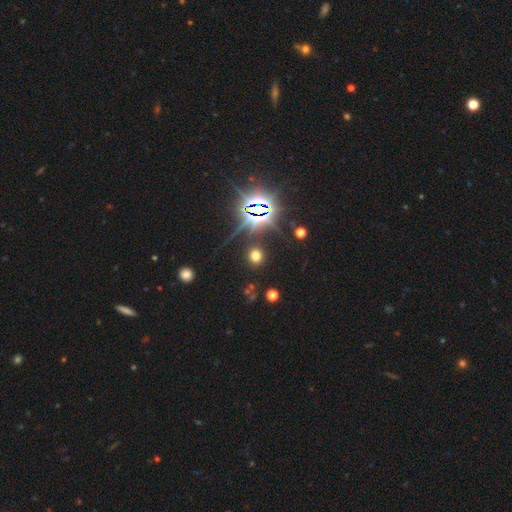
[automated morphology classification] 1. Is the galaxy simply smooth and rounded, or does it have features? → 57% smooth, 34% star or artifact, 8% featured or disk.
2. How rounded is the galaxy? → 81% round, 17% in between, 2% cigar-shaped.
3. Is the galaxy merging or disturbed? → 86% none, 7% minor disturbance, 4% major disturbance, 3% merger.